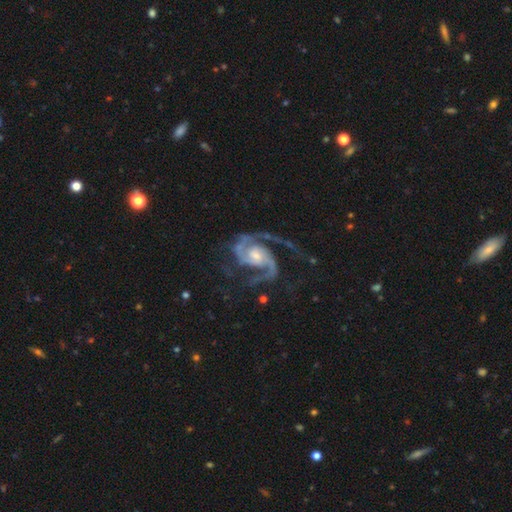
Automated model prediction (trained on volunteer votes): Smooth or featured: featured or disk — 93% (star or artifact — 4%)
Edge-on disk: no — 98% (yes — 2%)
Bar: no — 54% (weak — 35%)
Spiral arms: yes — 98% (no — 2%)
Spiral winding: medium — 57% (tight — 22%)
Spiral arm count: 2 — 79% (3 — 10%)
Bulge size: moderate — 48% (small — 40%)
Merging: none — 60% (major disturbance — 21%)